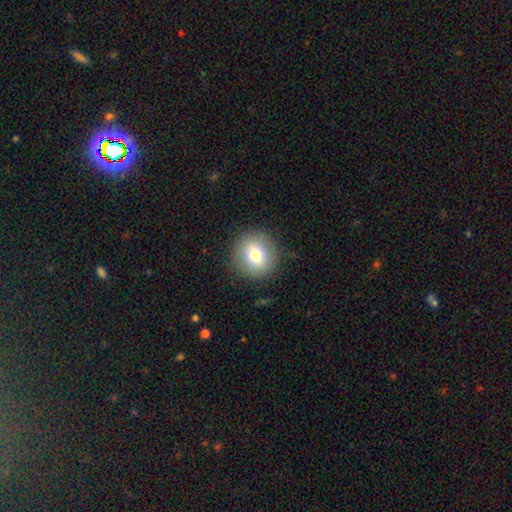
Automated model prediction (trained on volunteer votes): Q: Smooth or featured?
A: smooth (74%); runner-up: featured or disk (16%)
Q: How rounded?
A: round (89%); runner-up: in between (10%)
Q: Merging?
A: none (91%); runner-up: minor disturbance (6%)